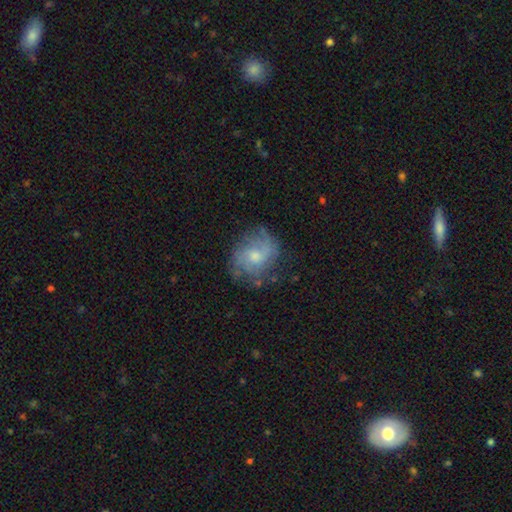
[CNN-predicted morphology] This appears to be a featured or disk galaxy (64%) with no bar (66%), 2 (42%) medium (42%) spiral arms (83%) and a moderate central bulge (46%). Merging: none (65%).